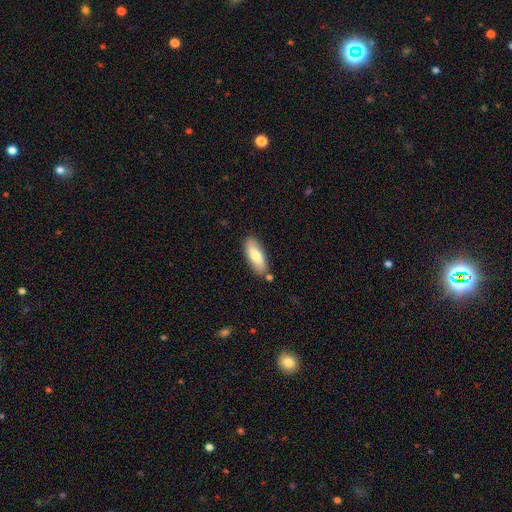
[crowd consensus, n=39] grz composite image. It shows a smooth galaxy with no disk features (87%) that is in between round and cigar-shaped (53%). Merging: none (84%).